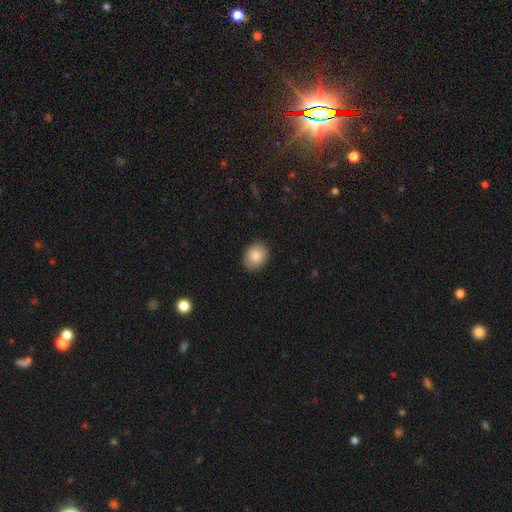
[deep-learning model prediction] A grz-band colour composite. It shows a smooth galaxy with no disk features (88%) that is in between round and cigar-shaped (53%). Merging: none (88%).